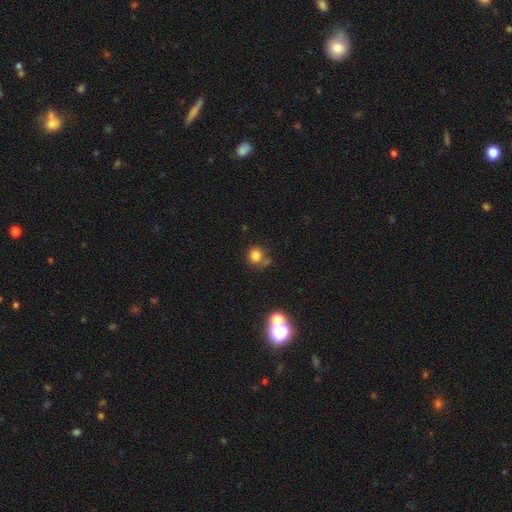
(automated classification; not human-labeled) smooth 80%, star or artifact 14%, featured or disk 6%. Down the decision tree: how rounded — round (86%); merging — none (69%).